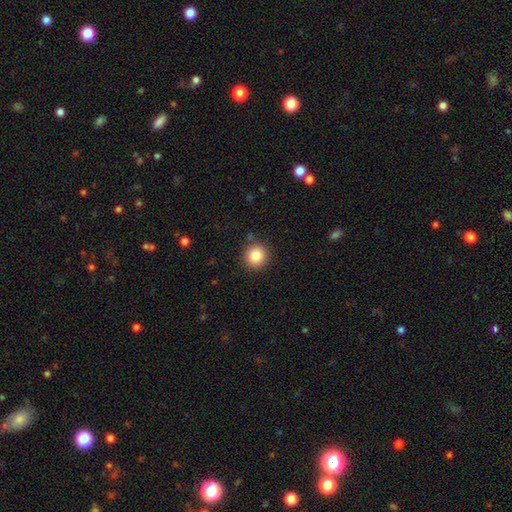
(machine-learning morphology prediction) Q: Smooth or featured?
A: smooth (85%); runner-up: star or artifact (10%)
Q: How rounded?
A: round (92%); runner-up: in between (7%)
Q: Merging?
A: none (88%); runner-up: minor disturbance (7%)